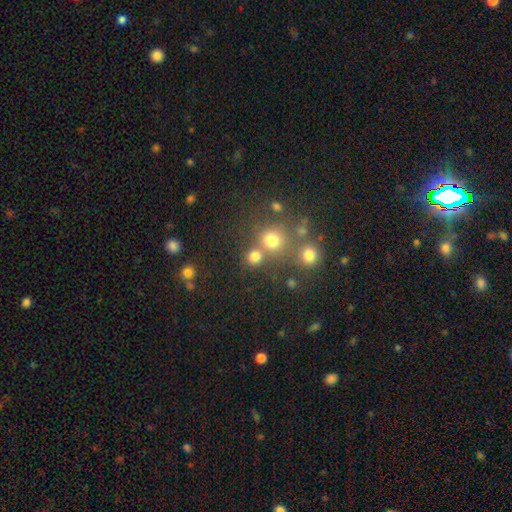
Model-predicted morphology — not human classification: The model was most divided on "merging": none: 64%, merger: 25%, minor disturbance: 8%, major disturbance: 4%. More confident: how rounded — round (89%); smooth or featured — smooth (70%).